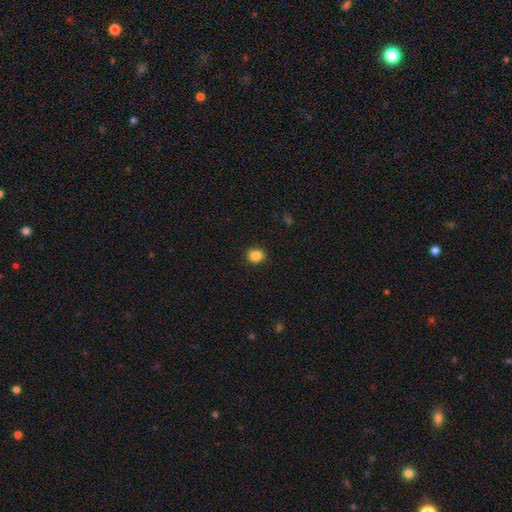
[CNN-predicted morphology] smooth 86%, star or artifact 11%, featured or disk 4%. Down the decision tree: how rounded — round (74%); merging — none (87%).